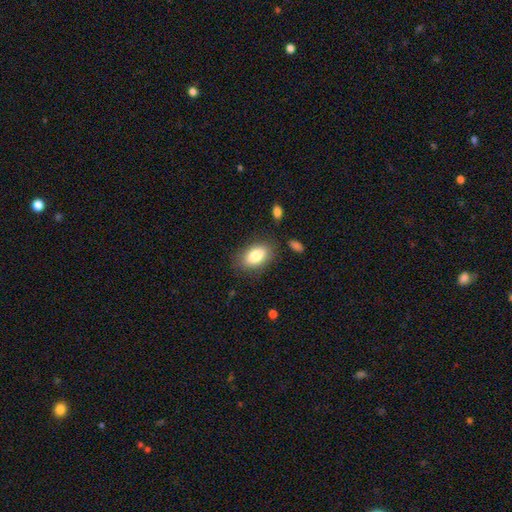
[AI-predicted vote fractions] Smooth or featured?
  - smooth: 83% *
  - featured or disk: 10%
  - star or artifact: 7%
How rounded?
  - in between: 90% *
  - round: 8%
  - cigar-shaped: 2%
Merging?
  - none: 82% *
  - minor disturbance: 12%
  - major disturbance: 4%
  - merger: 2%